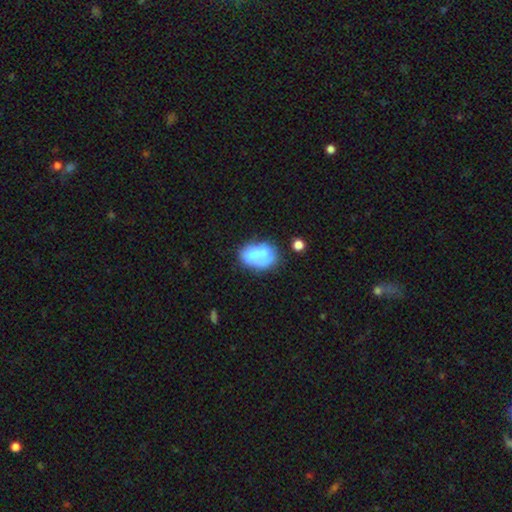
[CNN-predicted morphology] Smooth or featured? Predicted: smooth (p=0.64). How rounded? Predicted: in between (p=0.83). Merging? Predicted: merger (p=0.35).